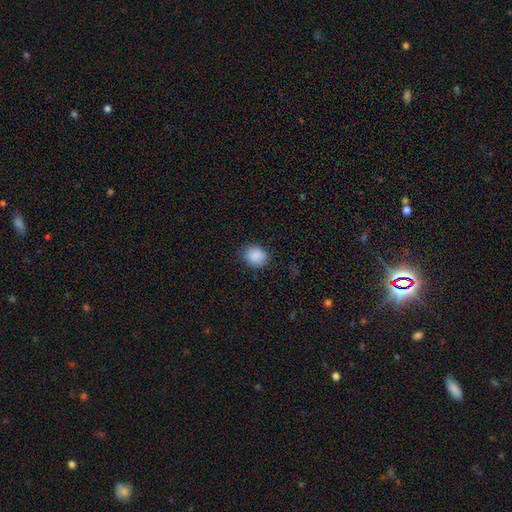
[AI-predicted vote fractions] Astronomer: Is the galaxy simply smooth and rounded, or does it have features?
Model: smooth — 88%.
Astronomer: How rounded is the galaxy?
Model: round — 72%.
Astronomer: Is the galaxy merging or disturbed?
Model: none — 80%.